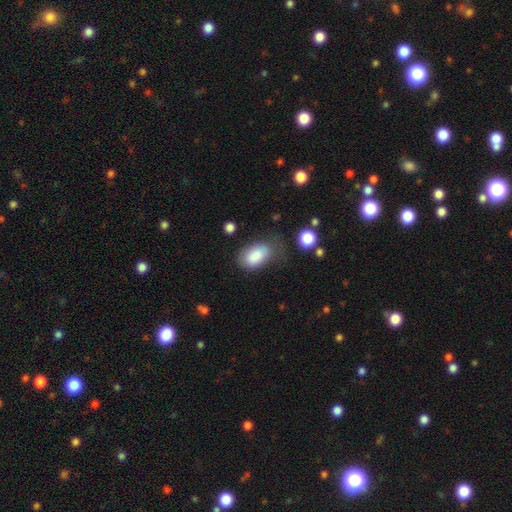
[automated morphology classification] smooth 85%, featured or disk 8%, star or artifact 7%. Down the decision tree: how rounded — in between (90%); merging — none (51%).